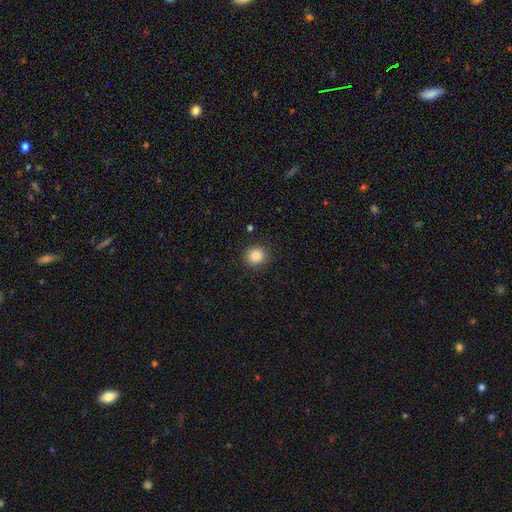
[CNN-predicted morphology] Smooth or featured: smooth — 85% (star or artifact — 10%)
How rounded: round — 88% (in between — 11%)
Merging: none — 89% (minor disturbance — 7%)